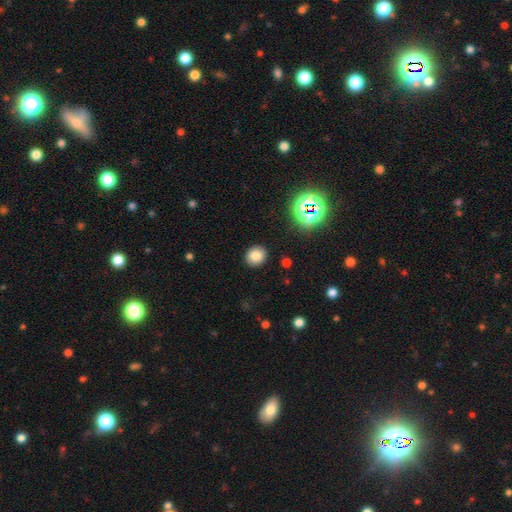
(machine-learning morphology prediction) smooth 79%, star or artifact 14%, featured or disk 7%. Down the decision tree: how rounded — round (81%); merging — none (91%).